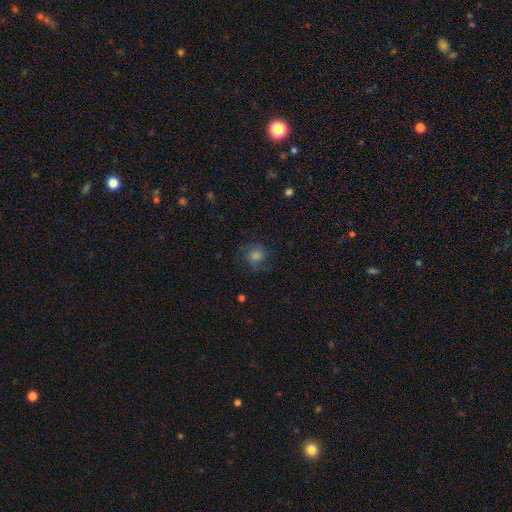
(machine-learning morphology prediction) Smooth or featured?
  - smooth: 58% *
  - featured or disk: 24%
  - star or artifact: 18%
How rounded?
  - round: 85% *
  - in between: 14%
  - cigar-shaped: 1%
Merging?
  - none: 73% *
  - minor disturbance: 16%
  - major disturbance: 10%
  - merger: 1%